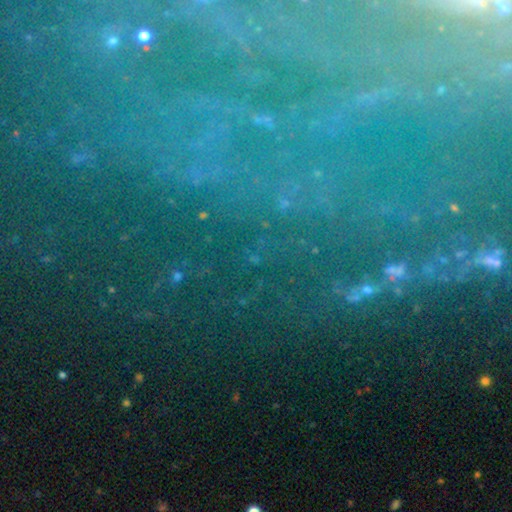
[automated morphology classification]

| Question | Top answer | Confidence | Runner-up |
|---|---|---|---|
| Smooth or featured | star or artifact | 50% | featured or disk (35%) |